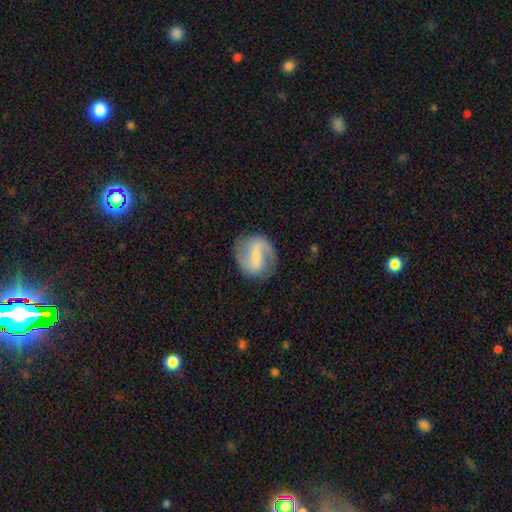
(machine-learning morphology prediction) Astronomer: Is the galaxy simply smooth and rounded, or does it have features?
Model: featured or disk — 75%.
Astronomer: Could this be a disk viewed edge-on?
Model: no — 97%.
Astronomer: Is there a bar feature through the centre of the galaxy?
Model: weak — 47% (runner-up: strong, 37%).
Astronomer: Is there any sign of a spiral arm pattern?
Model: yes — 90%.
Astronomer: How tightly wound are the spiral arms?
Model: loose — 45% (runner-up: medium, 40%).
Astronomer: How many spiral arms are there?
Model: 2 — 86%.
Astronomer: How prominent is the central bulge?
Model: small — 57%.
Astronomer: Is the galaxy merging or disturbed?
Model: none — 79%.